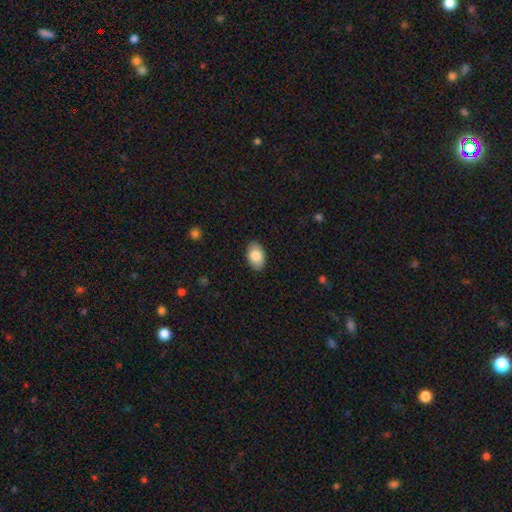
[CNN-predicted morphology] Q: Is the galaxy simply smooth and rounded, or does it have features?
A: smooth — 83%.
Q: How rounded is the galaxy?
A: in between — 91%.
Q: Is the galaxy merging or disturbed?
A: none — 89%.